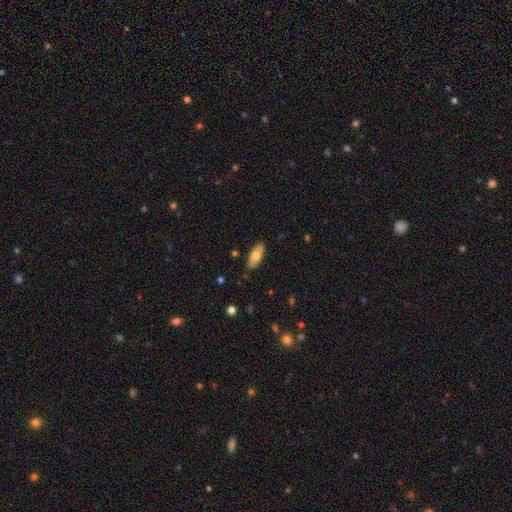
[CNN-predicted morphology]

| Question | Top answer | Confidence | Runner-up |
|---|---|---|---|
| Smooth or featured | smooth | 67% | featured or disk (27%) |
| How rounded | in between | 78% | cigar-shaped (19%) |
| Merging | none | 87% | minor disturbance (10%) |